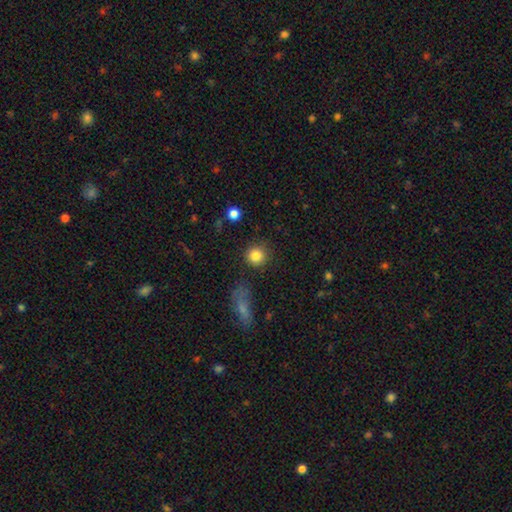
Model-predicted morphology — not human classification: smooth 85%, star or artifact 10%, featured or disk 5%. Down the decision tree: how rounded — round (92%); merging — none (86%).